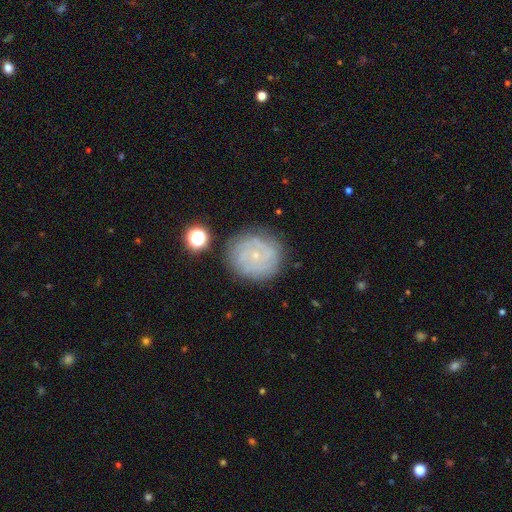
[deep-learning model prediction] Smooth or featured?
  - featured or disk: 71% *
  - smooth: 19%
  - star or artifact: 10%
Edge-on disk?
  - no: 98% *
  - yes: 2%
Bar?
  - no: 80% *
  - weak: 17%
  - strong: 3%
Spiral arms?
  - yes: 89% *
  - no: 11%
Spiral winding?
  - tight: 72% *
  - medium: 22%
  - loose: 6%
Spiral arm count?
  - can't tell: 38% *
  - 3: 20%
  - 2: 19%
  - 4: 11%
  - more than 4: 6%
  - 1: 6%
Bulge size?
  - small: 85% *
  - moderate: 11%
  - none: 3%
  - large: 1%
  - dominant: 1%
Merging?
  - none: 80% *
  - minor disturbance: 14%
  - major disturbance: 5%
  - merger: 2%